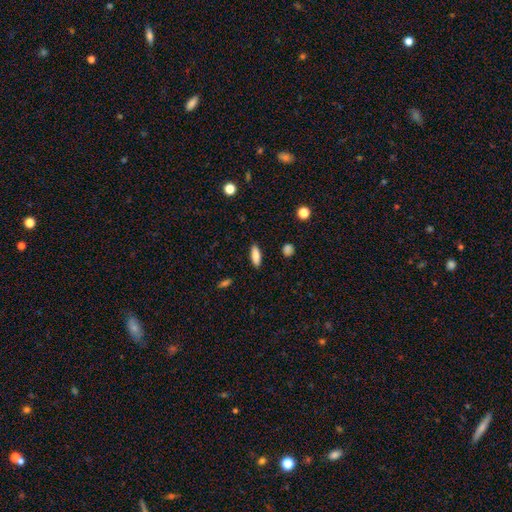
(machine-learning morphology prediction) Overall: smooth (83%). How rounded: in between (62%; cigar-shaped 35%). Merging: none (88%).